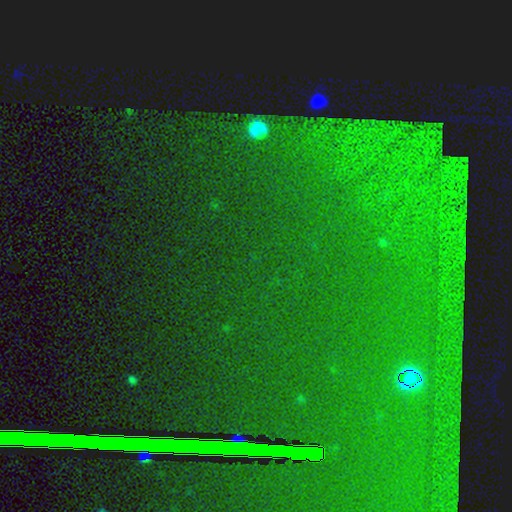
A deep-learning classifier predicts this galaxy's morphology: type=star or artifact (83%).